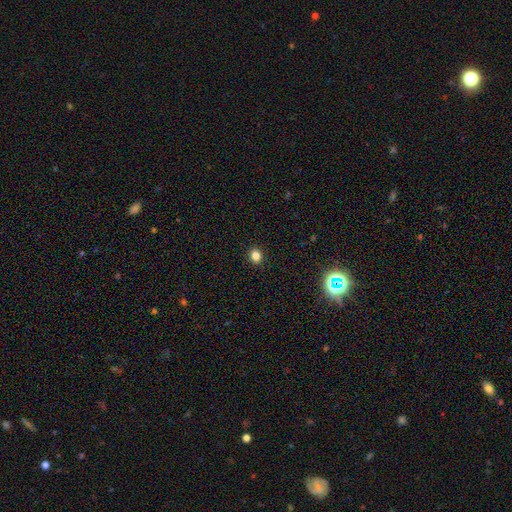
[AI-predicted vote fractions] A smooth galaxy with no disk features (82%) that is round (61%). Merging: none (91%).